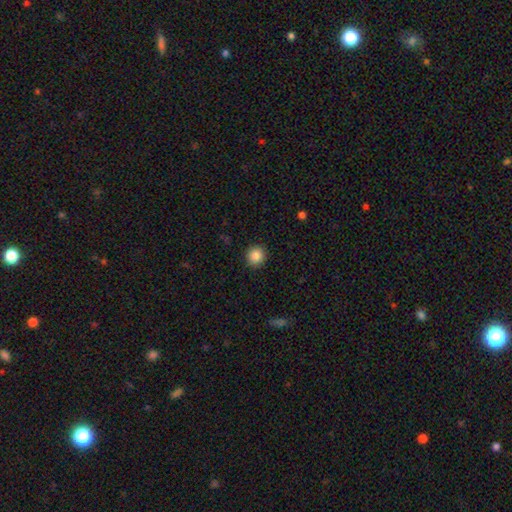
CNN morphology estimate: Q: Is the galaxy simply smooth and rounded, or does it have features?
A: smooth — 86%.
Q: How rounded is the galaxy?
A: round — 93%.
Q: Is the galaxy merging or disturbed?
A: none — 92%.